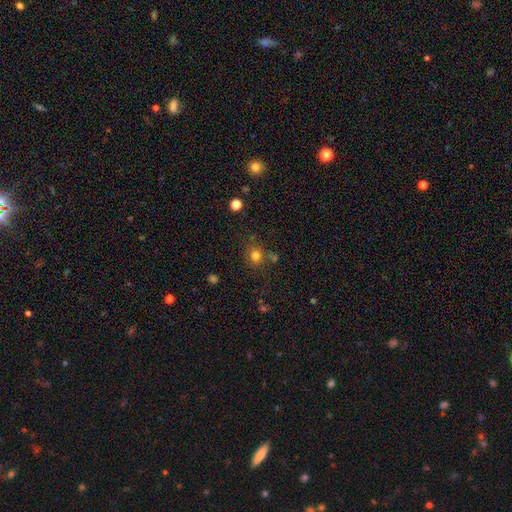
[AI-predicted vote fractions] smooth 77%, star or artifact 16%, featured or disk 7%. Down the decision tree: how rounded — round (85%); merging — none (74%).